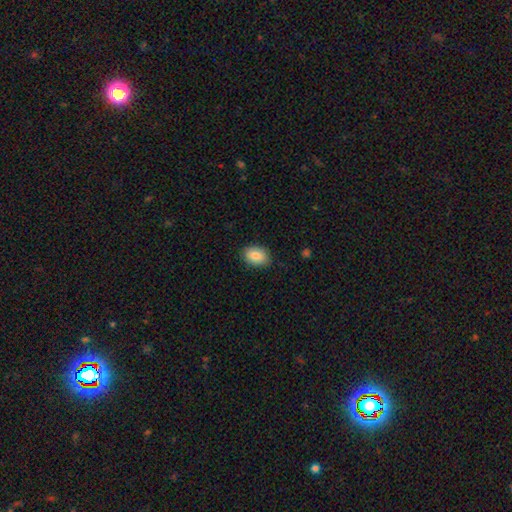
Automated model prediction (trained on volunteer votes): A smooth galaxy with no disk features (85%) that is in between round and cigar-shaped (82%).

Vote fractions:
- Smooth or featured? smooth: 85% / featured or disk: 8% / star or artifact: 7%
- How rounded? in between: 82% / round: 17% / cigar-shaped: 1%
- Merging? none: 86% / minor disturbance: 11% / major disturbance: 2% / merger: 1%